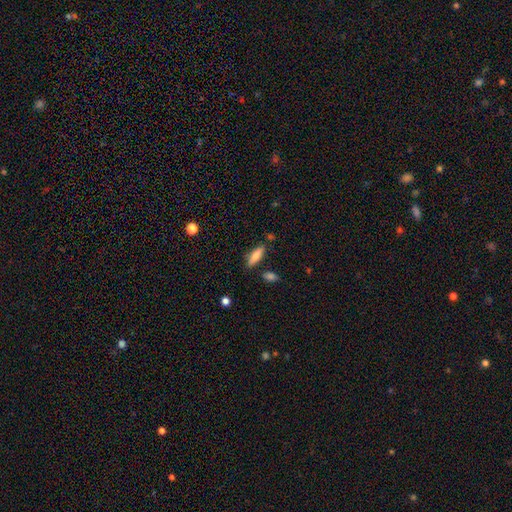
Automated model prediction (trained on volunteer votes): smooth-or-featured: smooth: 79% | featured or disk: 14% | star or artifact: 7%
  how-rounded: cigar-shaped: 53% | in between: 45% | round: 2%
  merging: none: 80% | minor disturbance: 13% | merger: 5% | major disturbance: 3%